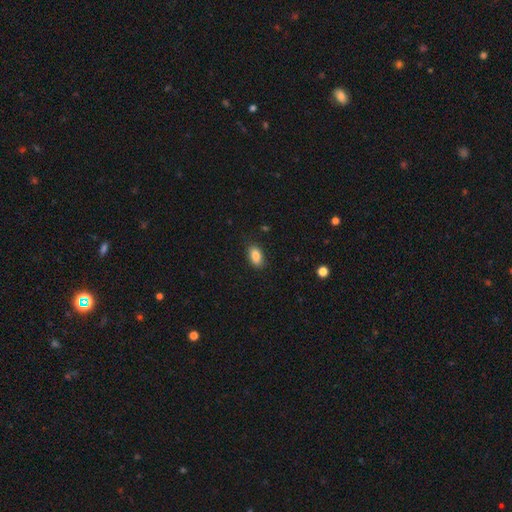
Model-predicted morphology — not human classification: Smooth or featured? Predicted: smooth (p=0.85). How rounded? Predicted: in between (p=0.91). Merging? Predicted: none (p=0.87).